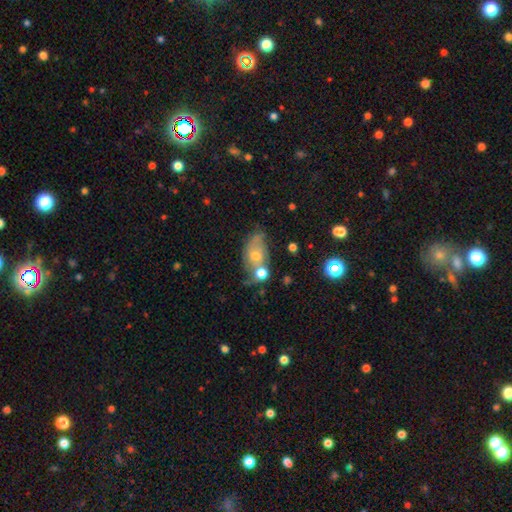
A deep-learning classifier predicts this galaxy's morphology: type=featured or disk (44%); merging=none (36%).